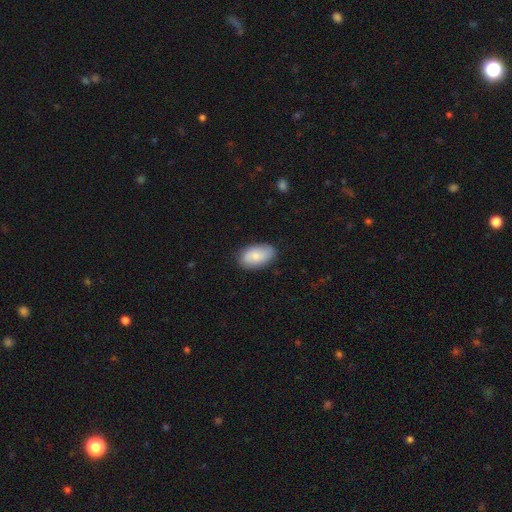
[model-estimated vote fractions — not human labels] The model was most divided on "smooth or featured": smooth: 70%, featured or disk: 24%, star or artifact: 6%. More confident: how rounded — in between (93%); merging — none (83%).